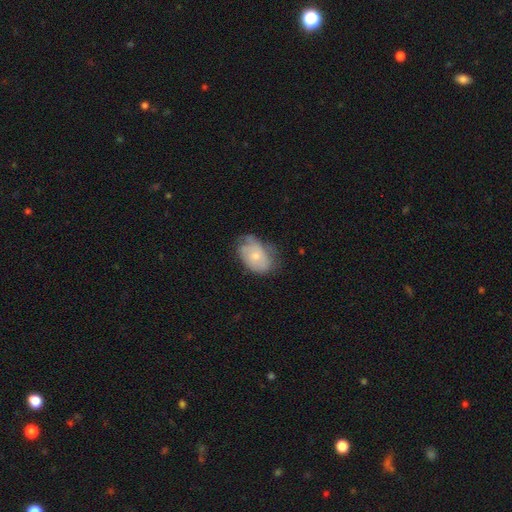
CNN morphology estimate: A featured or disk galaxy (47%).

Vote fractions:
- Smooth or featured? featured or disk: 47% / smooth: 46% / star or artifact: 7%
- Merging? none: 48% / minor disturbance: 35% / major disturbance: 15% / merger: 2%